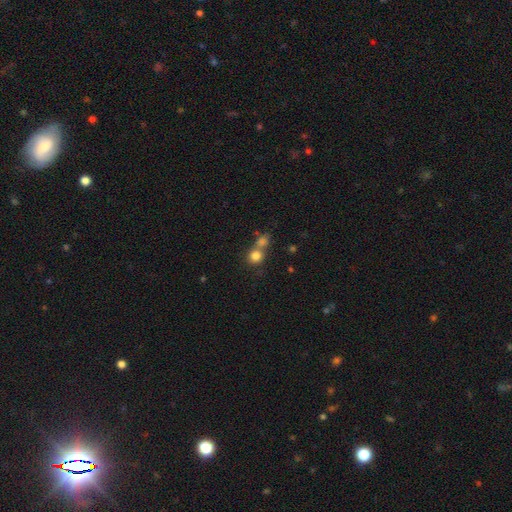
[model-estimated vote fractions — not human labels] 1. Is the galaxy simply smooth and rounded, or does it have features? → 80% smooth, 12% star or artifact, 8% featured or disk.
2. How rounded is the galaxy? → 85% round, 14% in between, 1% cigar-shaped.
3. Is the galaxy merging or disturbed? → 47% merger, 42% none, 7% minor disturbance, 4% major disturbance.